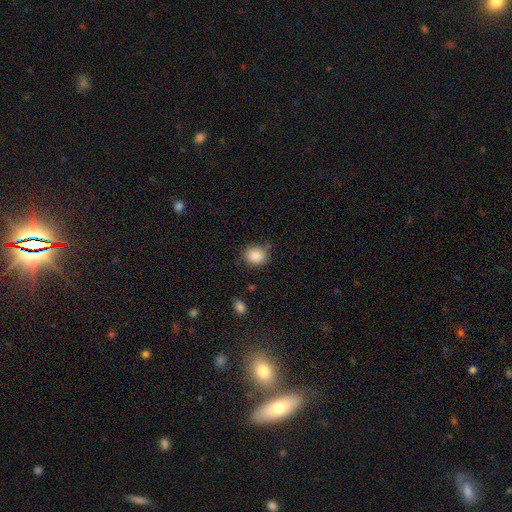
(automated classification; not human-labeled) A smooth galaxy with no disk features (87%) that is round (67%). Merging: none (75%).